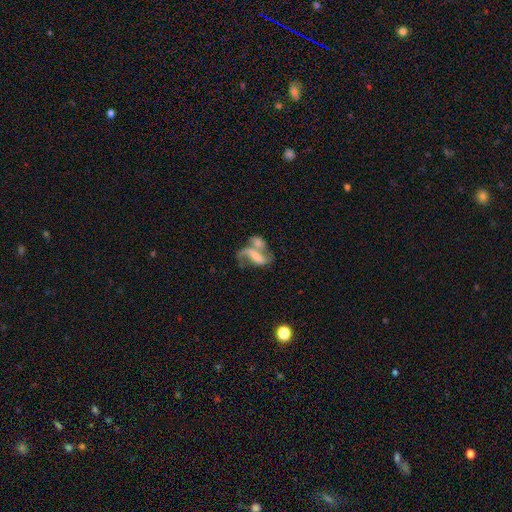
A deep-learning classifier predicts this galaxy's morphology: Smooth or featured? Predicted: featured or disk (p=0.58). Edge-on disk? Predicted: no (p=0.93). Bar? Predicted: no (p=0.40). Spiral arms? Predicted: yes (p=0.65). Bulge size? Predicted: none (p=0.45). Merging? Predicted: merger (p=0.54).